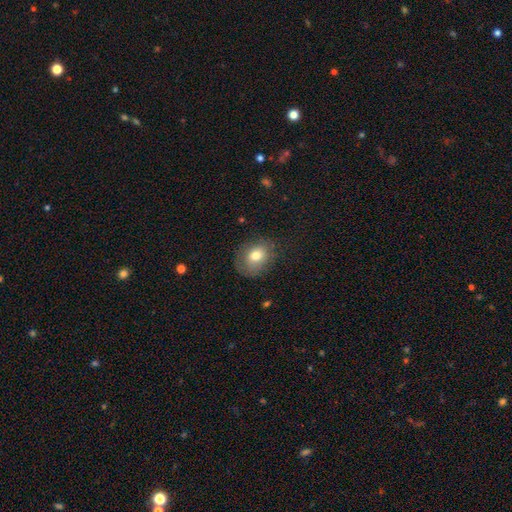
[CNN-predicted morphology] Smooth or featured: smooth — 75% (featured or disk — 15%)
How rounded: round — 54% (in between — 45%)
Merging: none — 69% (minor disturbance — 21%)